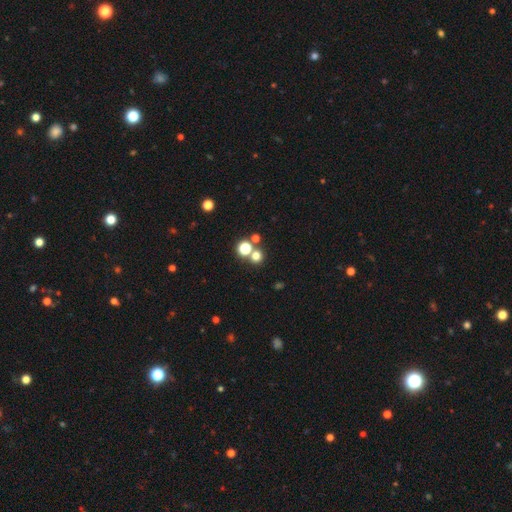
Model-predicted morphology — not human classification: Smooth or featured: smooth — 69% (star or artifact — 24%)
How rounded: round — 88% (in between — 11%)
Merging: none — 64% (merger — 26%)